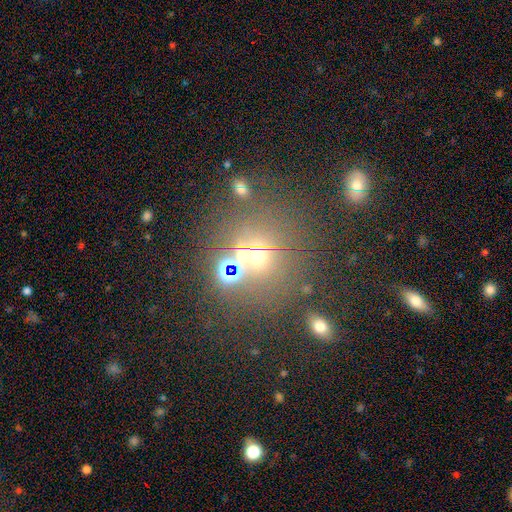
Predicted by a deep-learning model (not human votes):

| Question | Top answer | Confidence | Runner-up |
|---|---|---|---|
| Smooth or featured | smooth | 46% | star or artifact (40%) |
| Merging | none | 60% | merger (21%) |